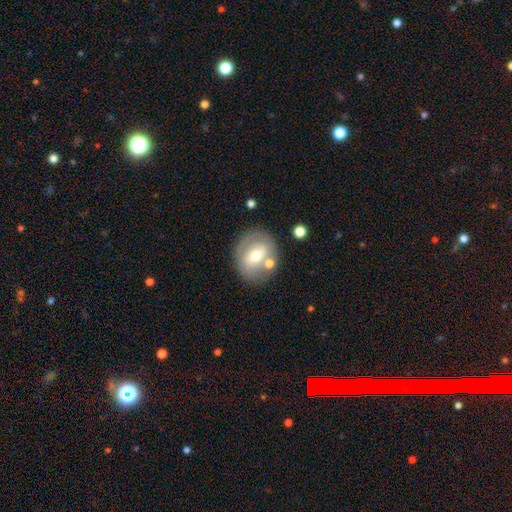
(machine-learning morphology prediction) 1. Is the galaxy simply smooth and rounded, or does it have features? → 46% featured or disk (tied), 46% smooth (tied), 8% star or artifact.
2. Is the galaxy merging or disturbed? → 71% none, 14% minor disturbance, 9% merger, 5% major disturbance.